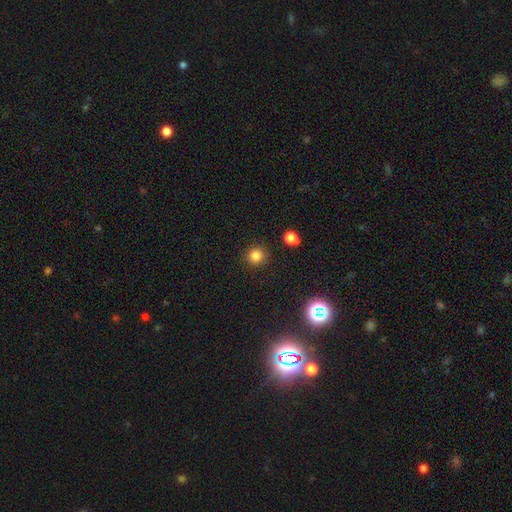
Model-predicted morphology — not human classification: smooth 82%, star or artifact 13%, featured or disk 4%. Down the decision tree: how rounded — round (92%); merging — none (89%).